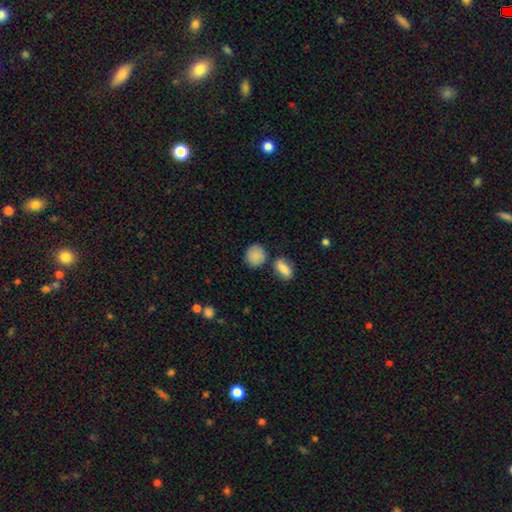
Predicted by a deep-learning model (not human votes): Overall: smooth (86%). How rounded: round (74%). Merging: none (72%).